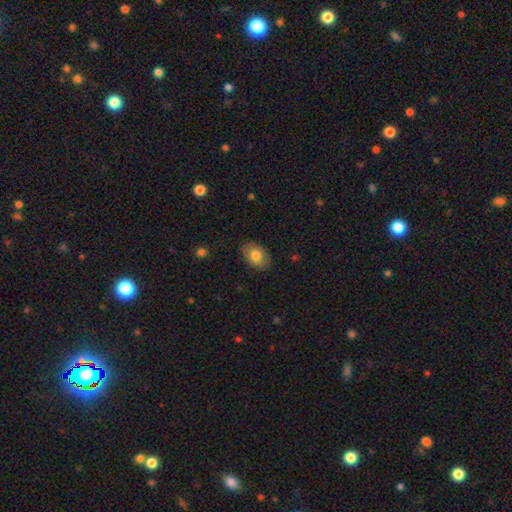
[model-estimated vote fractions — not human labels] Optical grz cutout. It shows a smooth galaxy with no disk features (76%) that is in between round and cigar-shaped (84%). Merging: none (84%).